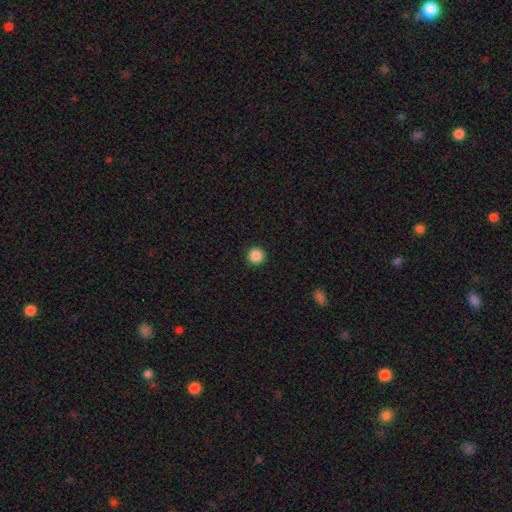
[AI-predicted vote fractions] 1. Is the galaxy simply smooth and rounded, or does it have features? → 87% smooth, 10% star or artifact, 3% featured or disk.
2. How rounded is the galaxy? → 96% round, 3% in between, 1% cigar-shaped.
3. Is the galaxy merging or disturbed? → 93% none, 4% minor disturbance, 2% major disturbance, 1% merger.